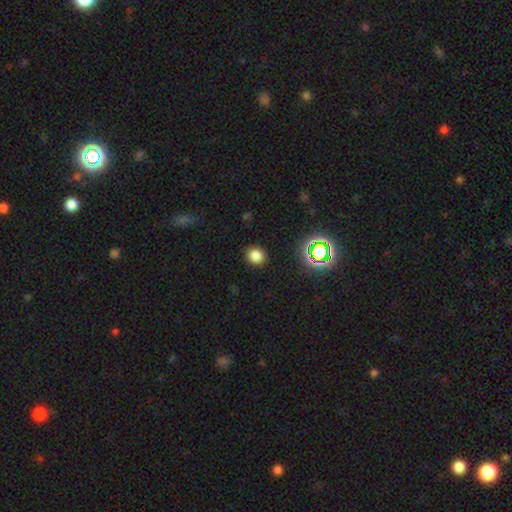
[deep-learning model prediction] This is likely a smooth galaxy (79%). How rounded: clearly round (87%). Merging: clearly none (90%).